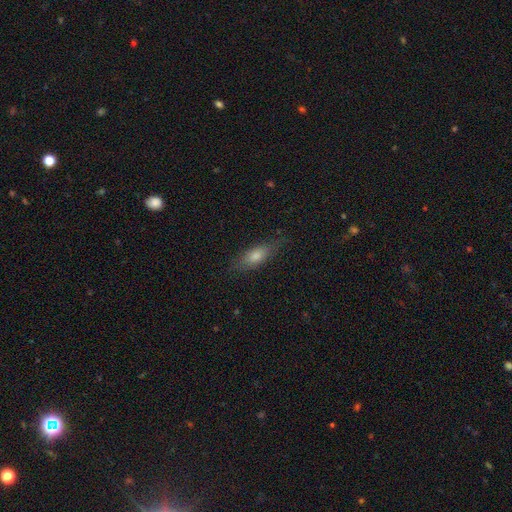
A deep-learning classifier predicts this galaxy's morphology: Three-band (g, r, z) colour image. It shows a smooth galaxy with no disk features (68%) that is in between round and cigar-shaped (59%). Merging: none (81%).